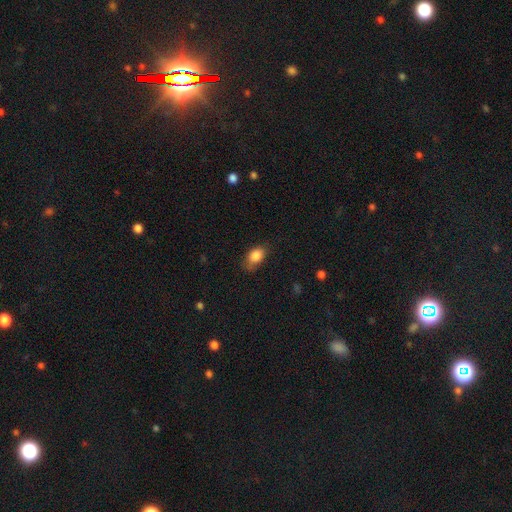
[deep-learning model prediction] Smooth or featured: smooth — 85% (star or artifact — 8%)
How rounded: in between — 83% (round — 16%)
Merging: none — 66% (minor disturbance — 26%)